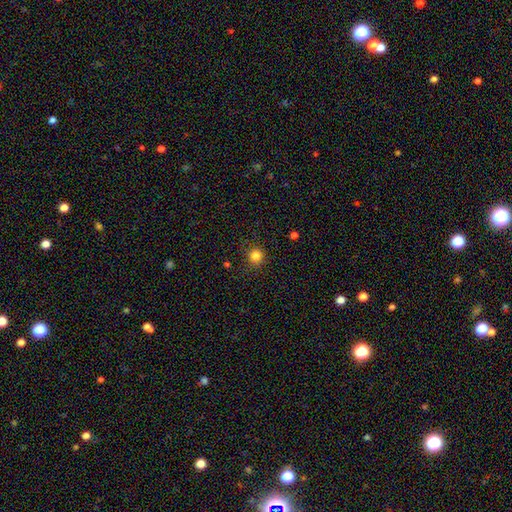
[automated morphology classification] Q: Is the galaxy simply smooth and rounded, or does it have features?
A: smooth — 83%.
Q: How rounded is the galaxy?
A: round — 93%.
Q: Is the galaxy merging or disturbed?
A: none — 87%.